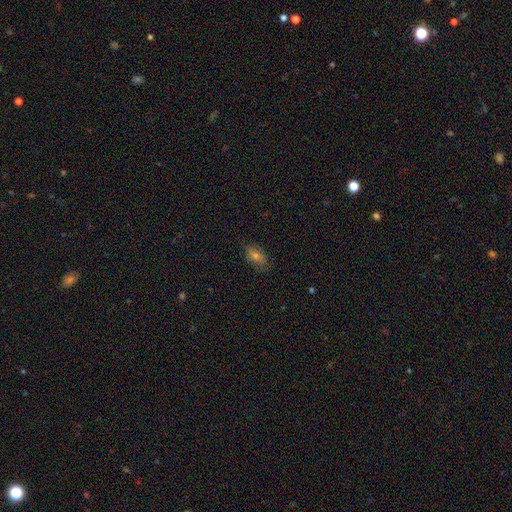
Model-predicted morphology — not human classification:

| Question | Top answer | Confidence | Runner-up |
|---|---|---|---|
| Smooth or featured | smooth | 55% | featured or disk (24%) |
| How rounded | in between | 81% | round (15%) |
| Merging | none | 78% | minor disturbance (16%) |